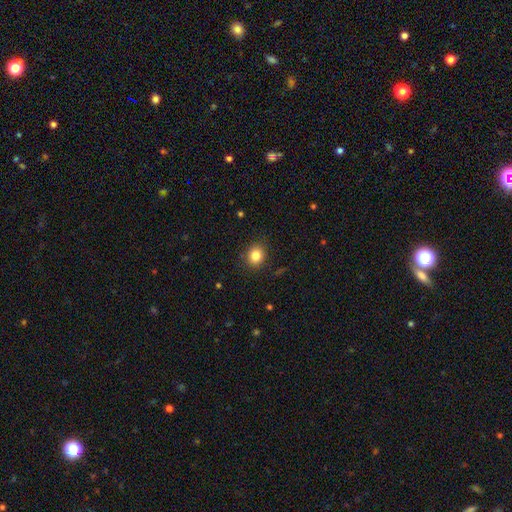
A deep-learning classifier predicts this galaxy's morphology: A smooth galaxy with no disk features (83%) that is round (73%).

Vote fractions:
- Smooth or featured? smooth: 83% / star or artifact: 11% / featured or disk: 6%
- How rounded? round: 73% / in between: 26% / cigar-shaped: 1%
- Merging? none: 88% / minor disturbance: 8% / major disturbance: 3% / merger: 1%